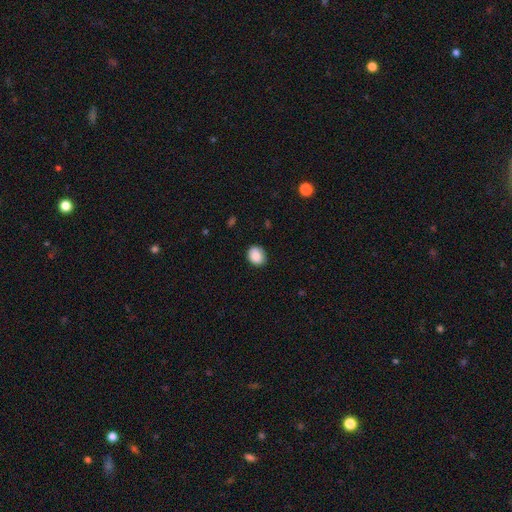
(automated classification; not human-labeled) Morphology: type=smooth (88%); roundness=round (60%); merging=none (82%).